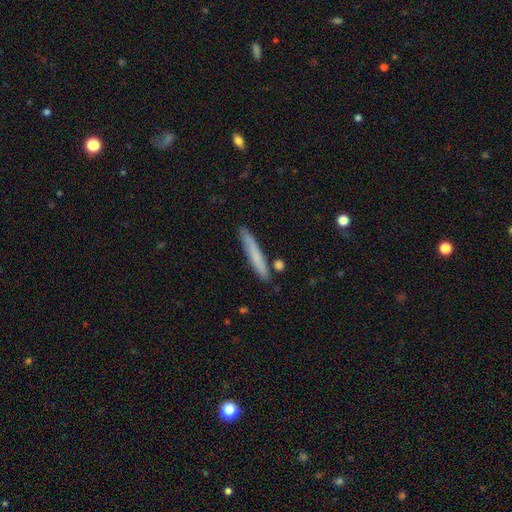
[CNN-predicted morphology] Smooth or featured? Predicted: smooth (p=0.72). How rounded? Predicted: cigar-shaped (p=0.95). Merging? Predicted: none (p=0.85).